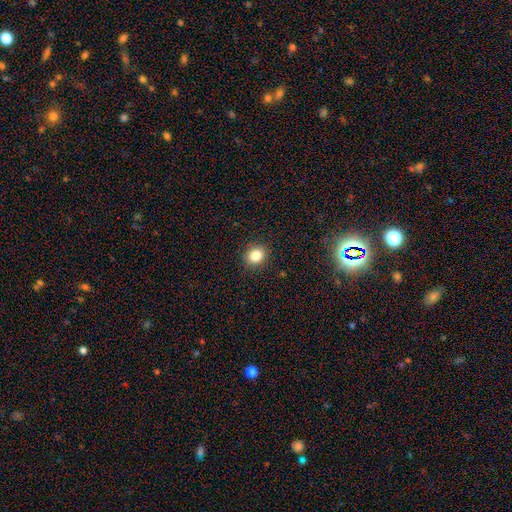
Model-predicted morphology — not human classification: The model was most divided on "how rounded": round: 72%, in between: 27%, cigar-shaped: 1%. More confident: merging — none (90%); smooth or featured — smooth (83%).